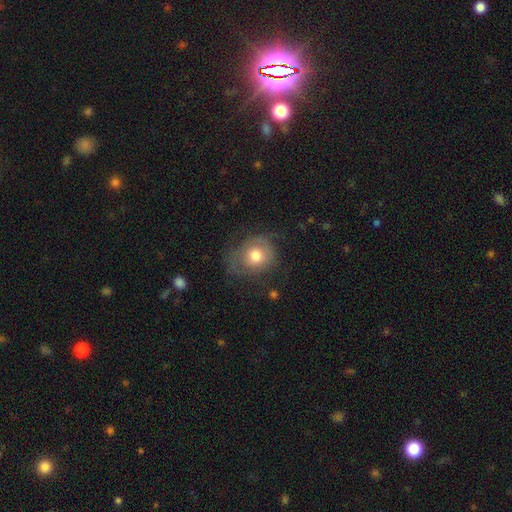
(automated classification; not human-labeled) Smooth or featured? smooth (65%)
How rounded? round (70%)
Merging? none (54%)